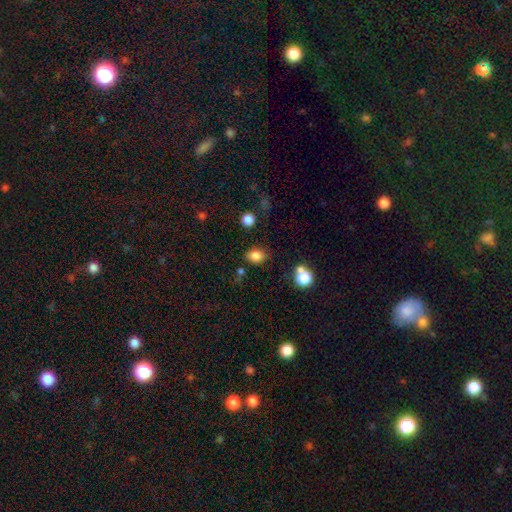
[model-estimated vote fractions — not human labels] Smooth or featured? smooth (83%)
How rounded? in between (70%)
Merging? none (77%)